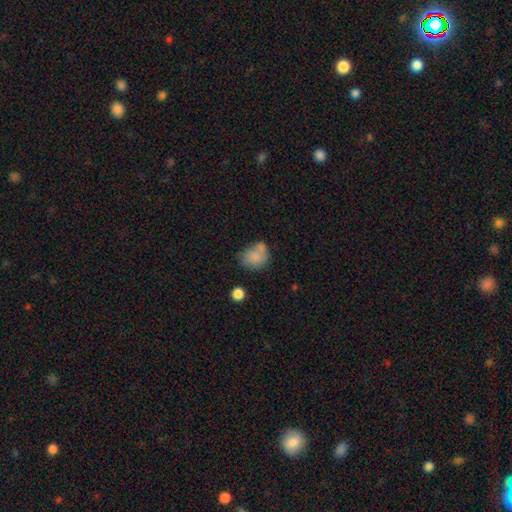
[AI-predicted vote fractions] Q: Smooth or featured?
A: smooth (77%); runner-up: featured or disk (14%)
Q: How rounded?
A: round (52%); runner-up: in between (47%)
Q: Merging?
A: none (42%); runner-up: minor disturbance (24%)